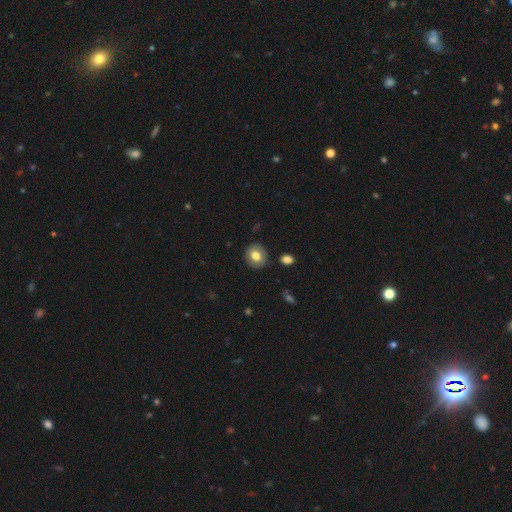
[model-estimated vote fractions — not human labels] Smooth or featured?
  - smooth: 74% *
  - featured or disk: 18%
  - star or artifact: 8%
How rounded?
  - round: 76% *
  - in between: 23%
  - cigar-shaped: 1%
Merging?
  - none: 86% *
  - minor disturbance: 10%
  - major disturbance: 2%
  - merger: 2%